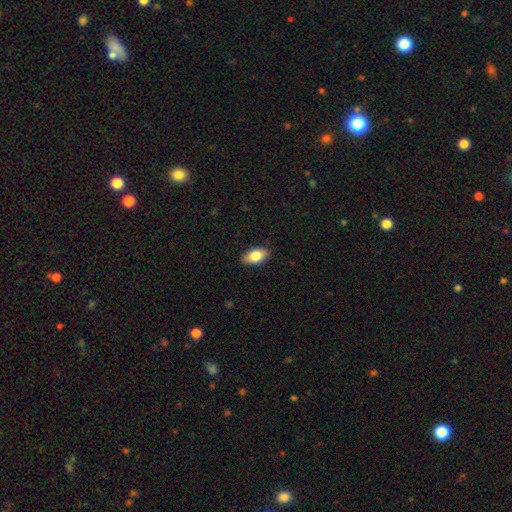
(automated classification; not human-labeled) Smooth or featured? smooth (82%)
How rounded? in between (92%)
Merging? none (88%)